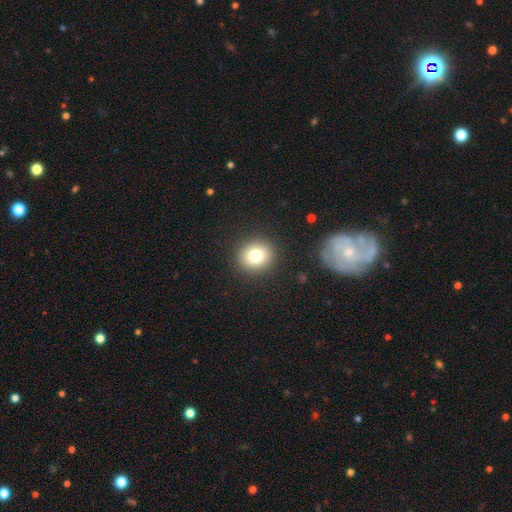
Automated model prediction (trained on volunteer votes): Overall: smooth (78%). How rounded: round (84%). Merging: none (90%).